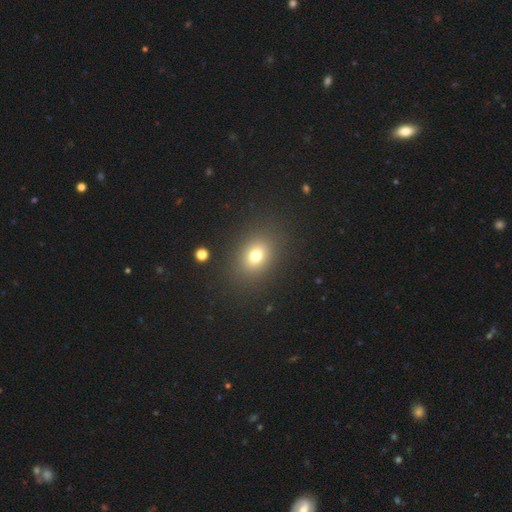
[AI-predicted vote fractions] Smooth or featured? smooth (73%)
How rounded? in between (52%)
Merging? none (86%)